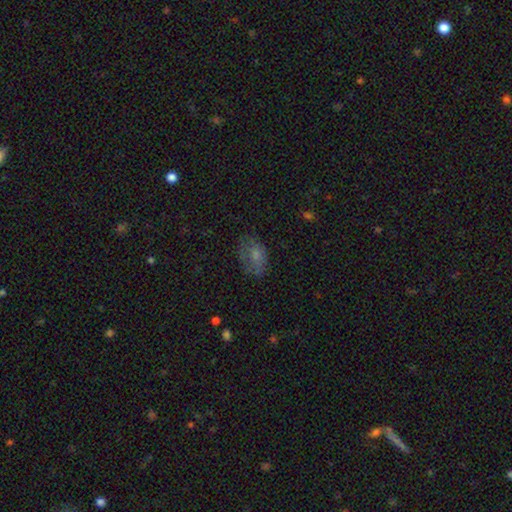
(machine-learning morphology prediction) smooth-or-featured: smooth: 67% | featured or disk: 21% | star or artifact: 12%
  how-rounded: in between: 83% | round: 15% | cigar-shaped: 2%
  merging: none: 56% | minor disturbance: 26% | major disturbance: 15% | merger: 2%